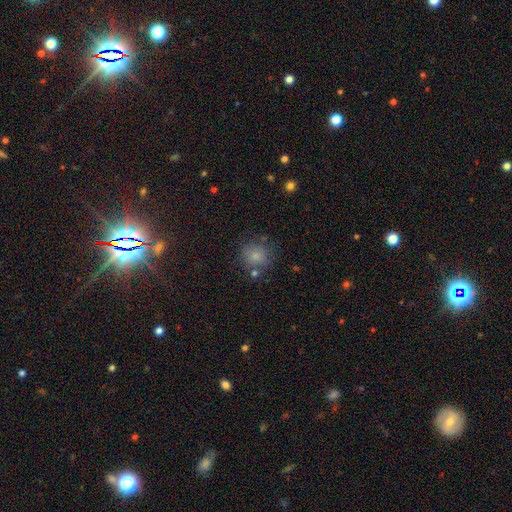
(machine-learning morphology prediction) Smooth or featured? Predicted: smooth (p=0.80). How rounded? Predicted: round (p=0.86). Merging? Predicted: none (p=0.71).